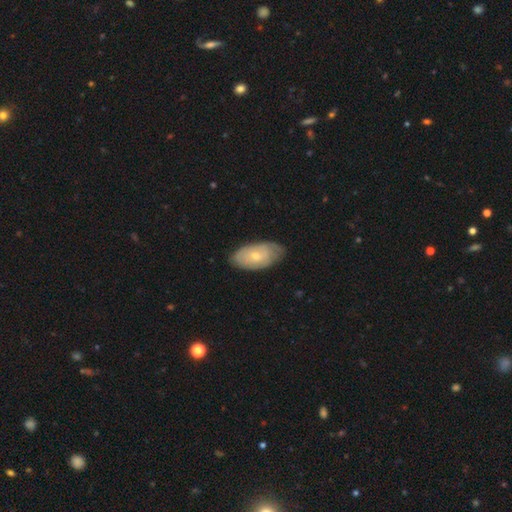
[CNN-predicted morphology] Smooth or featured?
  - smooth: 50% *
  - featured or disk: 44%
  - star or artifact: 6%
How rounded?
  - in between: 93% *
  - round: 4%
  - cigar-shaped: 4%
Merging?
  - none: 70% *
  - minor disturbance: 24%
  - major disturbance: 4%
  - merger: 1%